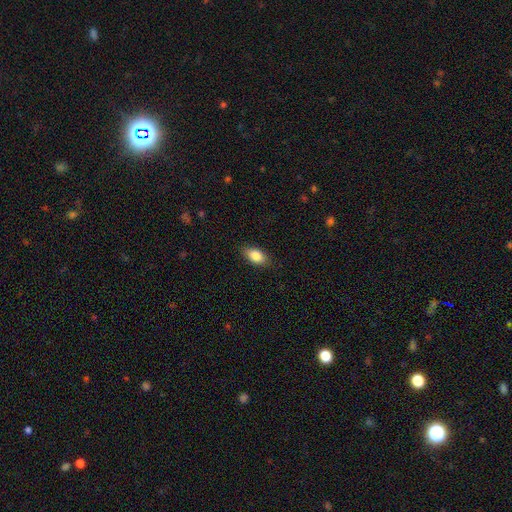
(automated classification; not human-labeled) smooth 85%, featured or disk 8%, star or artifact 7%. Down the decision tree: how rounded — in between (89%); merging — none (85%).